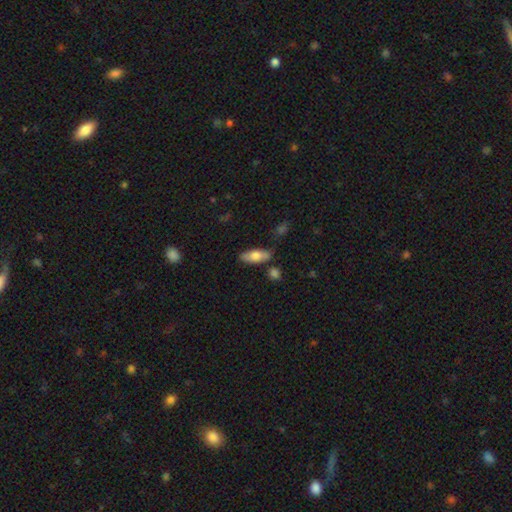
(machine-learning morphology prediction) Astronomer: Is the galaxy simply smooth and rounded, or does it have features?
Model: smooth — 72%.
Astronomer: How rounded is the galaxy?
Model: in between — 75%.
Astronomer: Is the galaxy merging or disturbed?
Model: none — 79%.